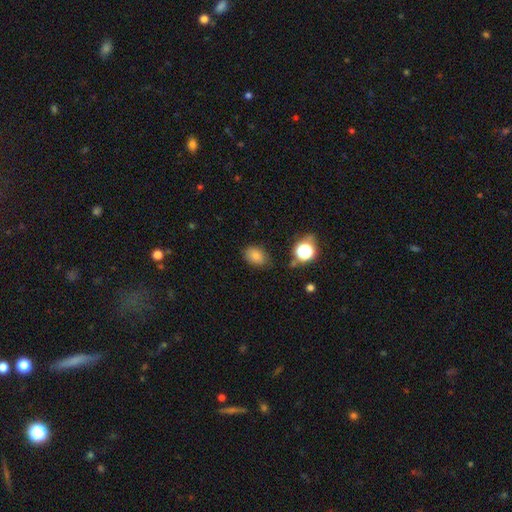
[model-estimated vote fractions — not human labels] Q: Smooth or featured?
A: smooth (78%); runner-up: star or artifact (14%)
Q: How rounded?
A: in between (66%); runner-up: round (33%)
Q: Merging?
A: none (76%); runner-up: minor disturbance (18%)